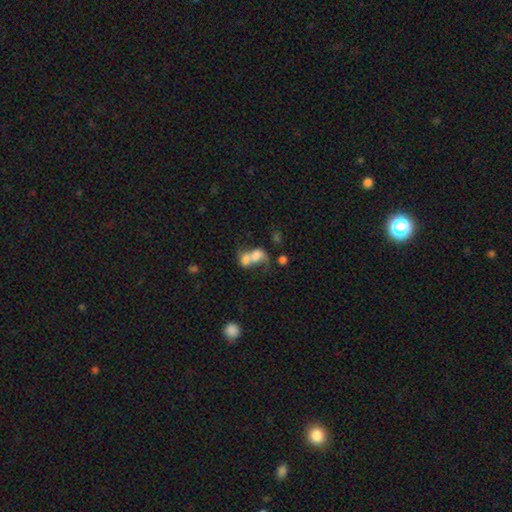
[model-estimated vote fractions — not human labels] smooth 61%, featured or disk 27%, star or artifact 12%. Down the decision tree: how rounded — in between (68%); merging — merger (73%).